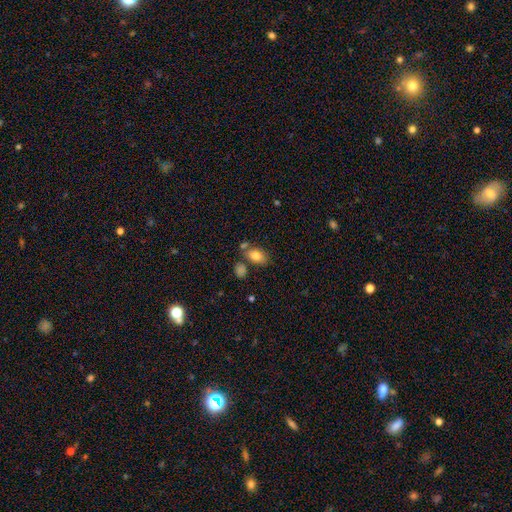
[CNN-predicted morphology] smooth 82%, featured or disk 10%, star or artifact 9%. Down the decision tree: how rounded — in between (84%); merging — none (60%).